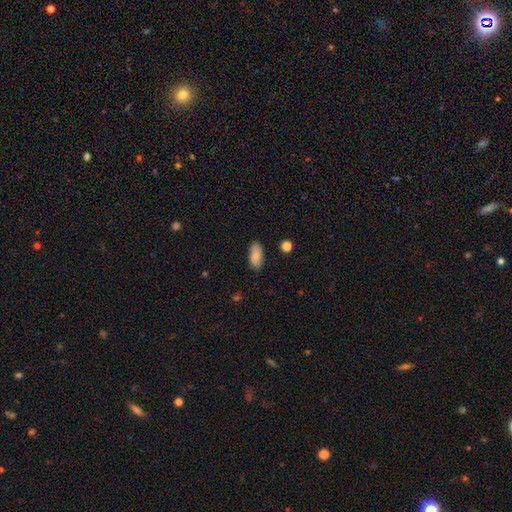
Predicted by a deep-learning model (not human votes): smooth 85%, featured or disk 8%, star or artifact 7%. Down the decision tree: how rounded — in between (92%); merging — none (84%).